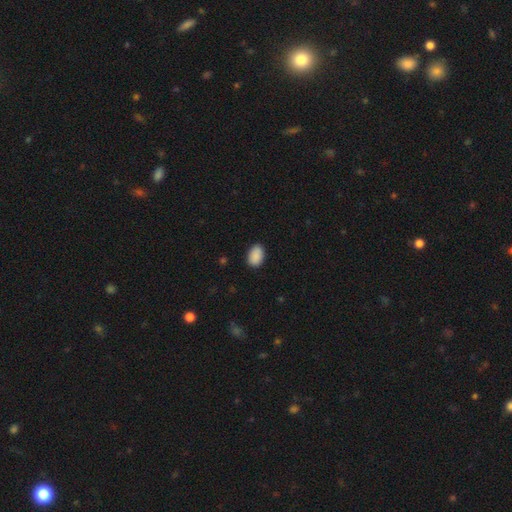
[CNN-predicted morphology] A smooth galaxy with no disk features (90%) that is in between round and cigar-shaped (88%).

Vote fractions:
- Smooth or featured? smooth: 90% / star or artifact: 7% / featured or disk: 3%
- How rounded? in between: 88% / round: 11% / cigar-shaped: 1%
- Merging? none: 87% / minor disturbance: 10% / major disturbance: 2% / merger: 1%